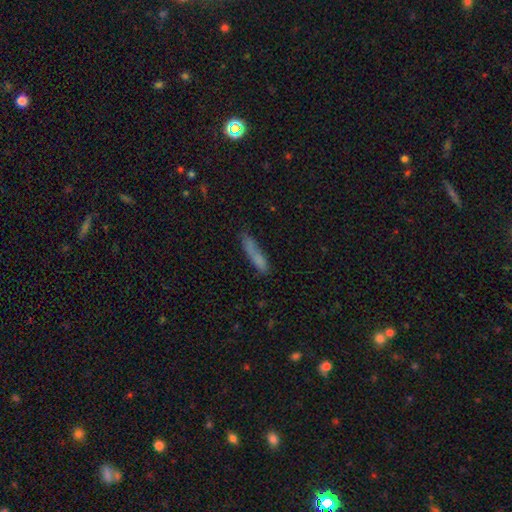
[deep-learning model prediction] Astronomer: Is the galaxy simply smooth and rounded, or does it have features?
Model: smooth — 70%.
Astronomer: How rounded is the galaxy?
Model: cigar-shaped — 85%.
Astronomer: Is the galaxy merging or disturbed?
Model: none — 61%.